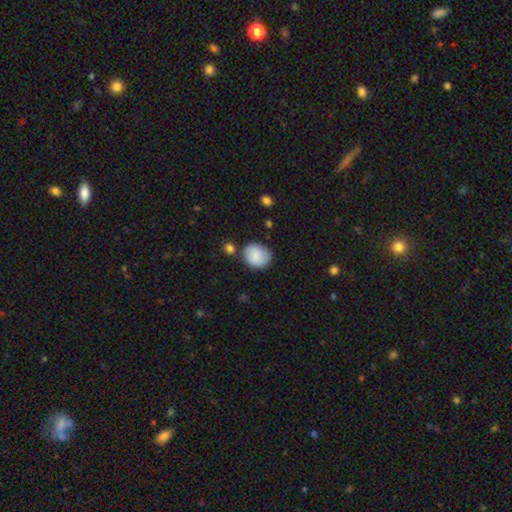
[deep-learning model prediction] smooth_or_featured: smooth (p=0.85) [alt: featured or disk p=0.08]
how_rounded: round (p=0.67) [alt: in between p=0.32]
merging: none (p=0.73) [alt: minor disturbance p=0.17]